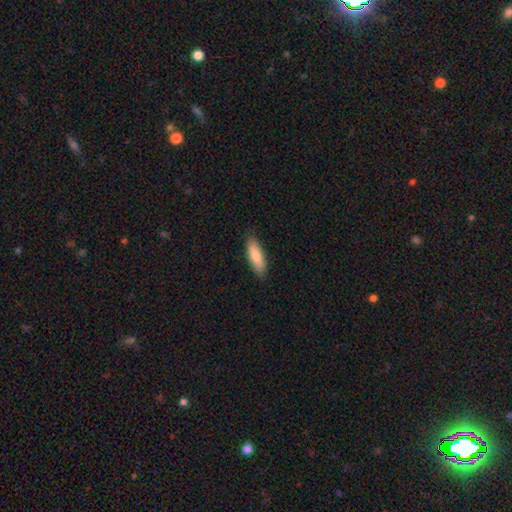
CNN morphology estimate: The model was most divided on "how rounded": in between: 56%, cigar-shaped: 42%, round: 2%. More confident: merging — none (86%); smooth or featured — smooth (81%).